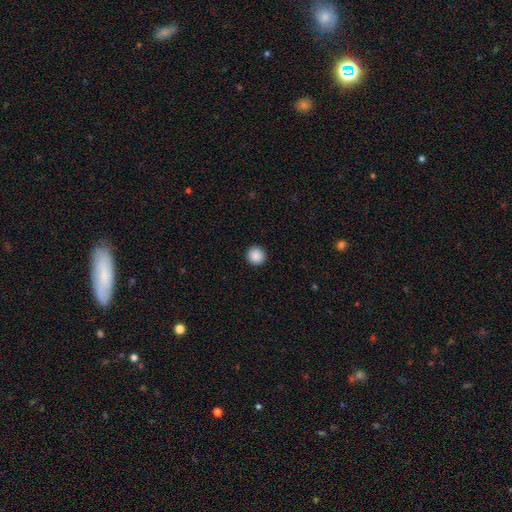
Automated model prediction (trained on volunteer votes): The model was most divided on "smooth or featured": smooth: 89%, star or artifact: 8%, featured or disk: 2%. More confident: how rounded — round (94%); merging — none (93%).